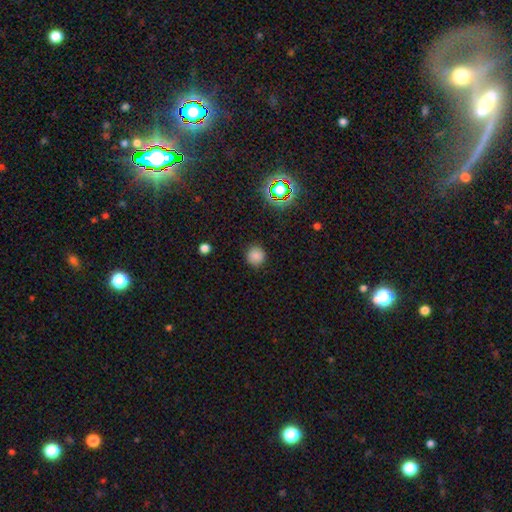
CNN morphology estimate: Smooth or featured? smooth (80%)
How rounded? round (92%)
Merging? none (87%)